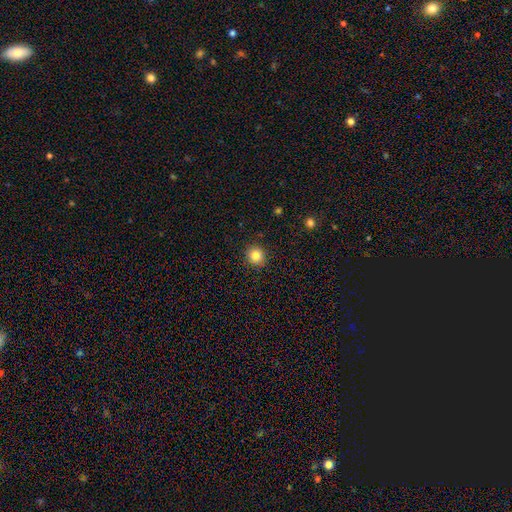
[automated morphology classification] This appears to be a smooth galaxy with no disk features (84%) that is round (92%). Merging: none (92%).